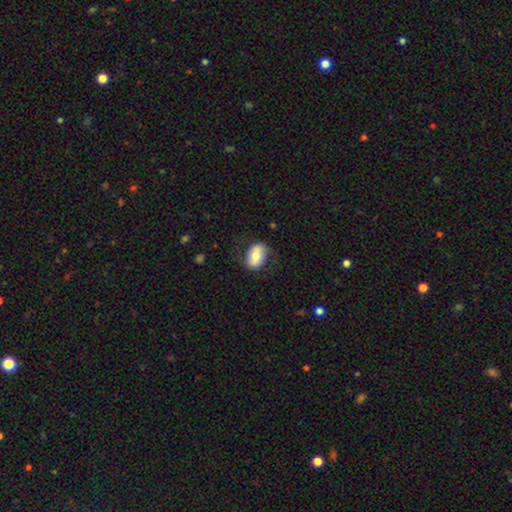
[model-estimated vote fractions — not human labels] Morphology: type=smooth (59%); roundness=in between (85%); merging=none (67%).